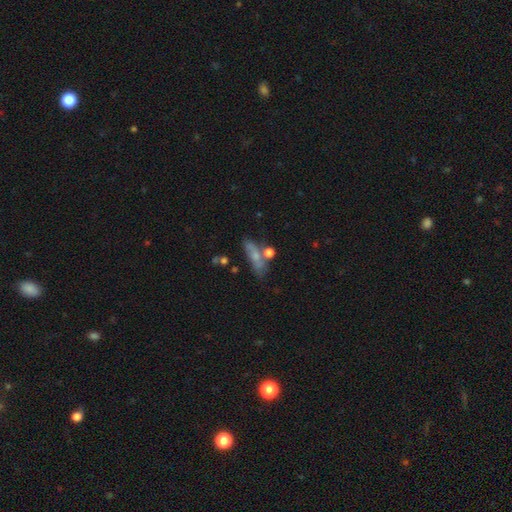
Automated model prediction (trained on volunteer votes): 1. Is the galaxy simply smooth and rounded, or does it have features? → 60% smooth, 29% featured or disk, 11% star or artifact.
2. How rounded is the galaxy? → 48% cigar-shaped, 44% in between, 8% round.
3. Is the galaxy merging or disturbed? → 52% none, 21% minor disturbance, 17% merger, 10% major disturbance.